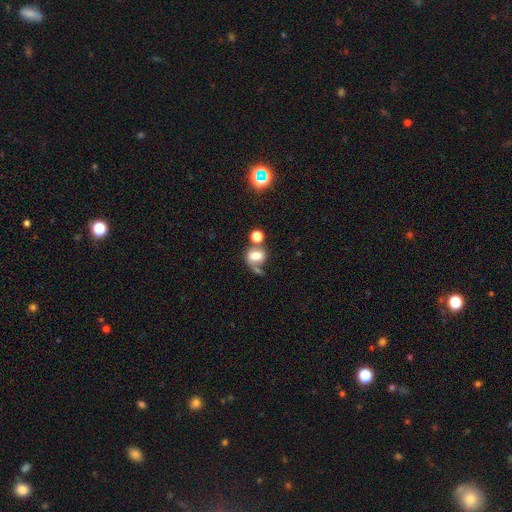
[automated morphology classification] A smooth galaxy with no disk features (64%) that is in between round and cigar-shaped (51%).

Vote fractions:
- Smooth or featured? smooth: 64% / featured or disk: 22% / star or artifact: 14%
- How rounded? in between: 51% / round: 47% / cigar-shaped: 1%
- Merging? merger: 36% / none: 30% / major disturbance: 19% / minor disturbance: 15%